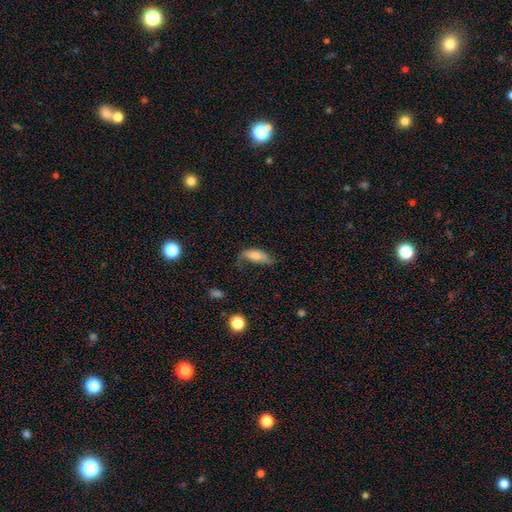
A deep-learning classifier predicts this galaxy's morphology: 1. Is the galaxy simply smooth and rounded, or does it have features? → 66% smooth, 27% featured or disk, 8% star or artifact.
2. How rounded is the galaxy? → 77% in between, 20% cigar-shaped, 3% round.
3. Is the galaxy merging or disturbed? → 36% none, 31% minor disturbance, 30% major disturbance, 3% merger.